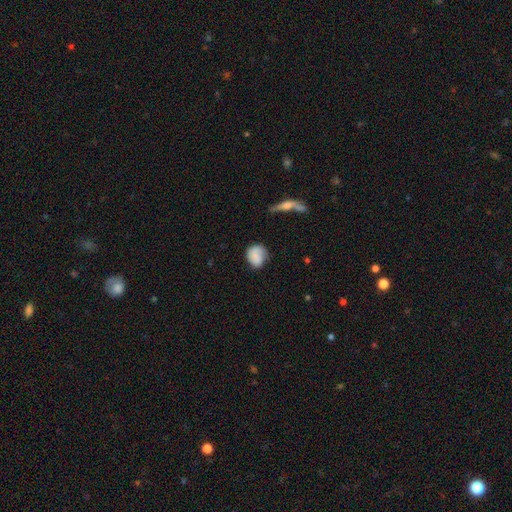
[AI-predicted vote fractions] Morphology: type=smooth (74%); roundness=round (56%); merging=none (61%).